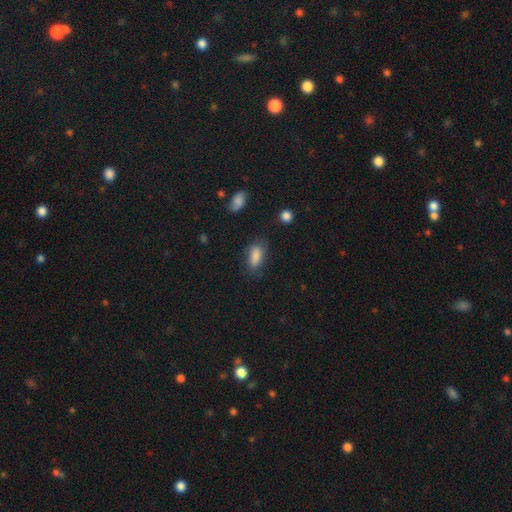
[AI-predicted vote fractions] Morphology: type=smooth (82%); roundness=in between (85%); merging=none (73%).